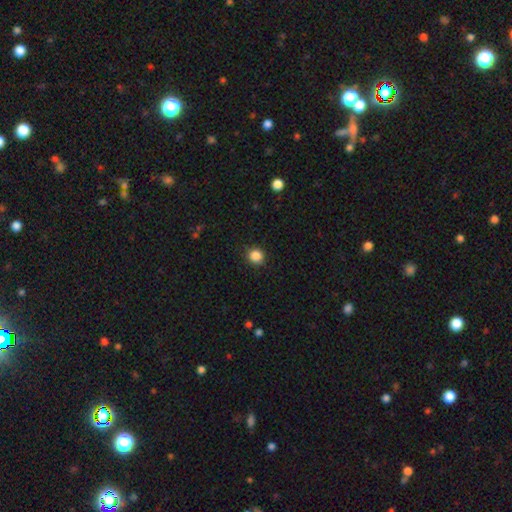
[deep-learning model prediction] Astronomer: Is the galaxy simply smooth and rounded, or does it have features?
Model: smooth — 86%.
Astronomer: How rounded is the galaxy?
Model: round — 90%.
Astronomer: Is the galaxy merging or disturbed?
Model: none — 90%.